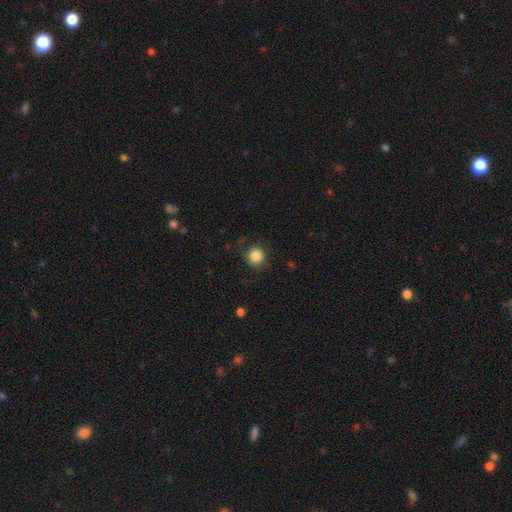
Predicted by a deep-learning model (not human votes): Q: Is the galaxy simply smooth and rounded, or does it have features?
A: smooth — 85%.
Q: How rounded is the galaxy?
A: round — 93%.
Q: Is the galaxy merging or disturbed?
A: none — 85%.